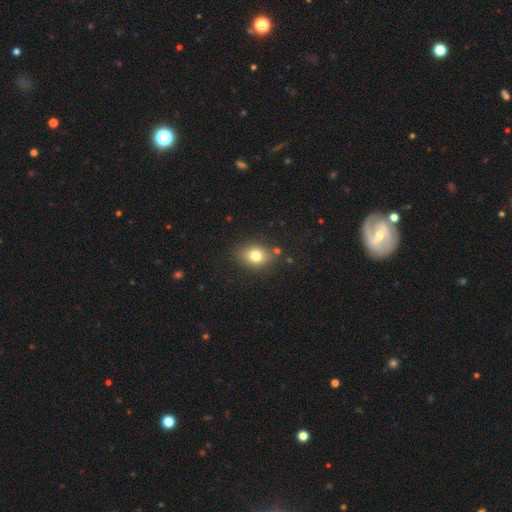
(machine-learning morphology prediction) A smooth galaxy with no disk features (78%) that is in between round and cigar-shaped (62%).

Vote fractions:
- Smooth or featured? smooth: 78% / star or artifact: 11% / featured or disk: 11%
- How rounded? in between: 62% / round: 37% / cigar-shaped: 1%
- Merging? none: 81% / minor disturbance: 12% / merger: 4% / major disturbance: 3%